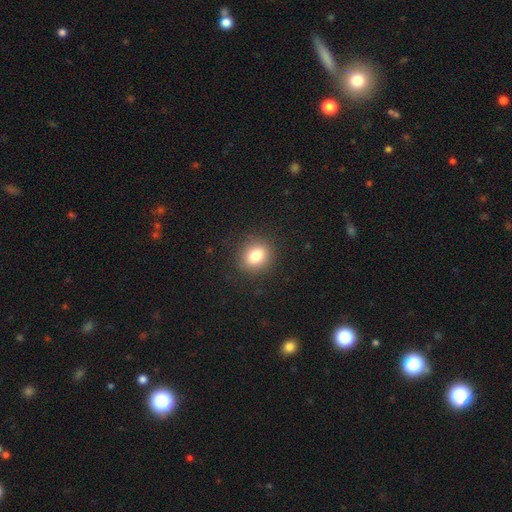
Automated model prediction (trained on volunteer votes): Overall: smooth (81%). How rounded: round (65%; in between 34%). Merging: none (89%).